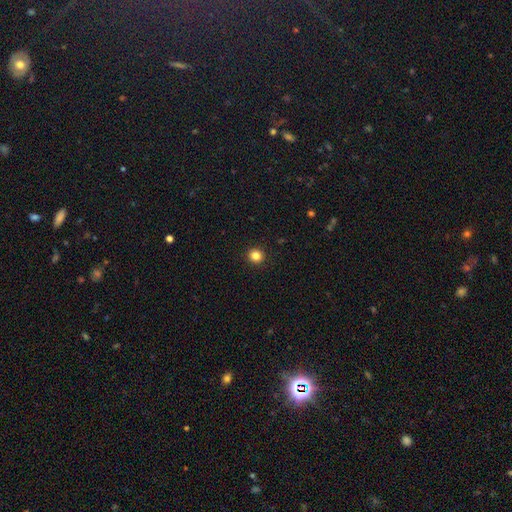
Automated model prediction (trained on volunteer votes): Smooth or featured? smooth (84%)
How rounded? round (93%)
Merging? none (93%)